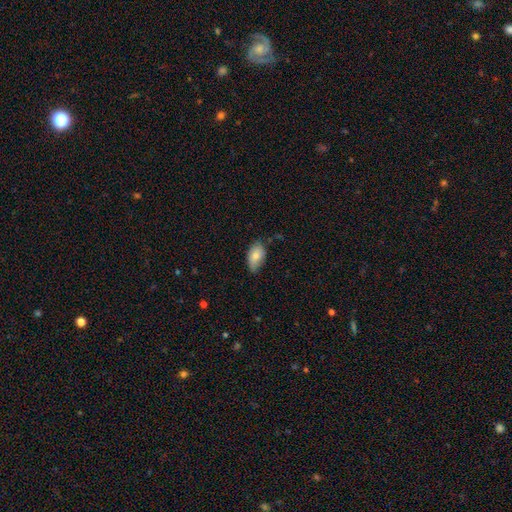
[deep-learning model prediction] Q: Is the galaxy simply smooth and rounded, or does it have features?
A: smooth — 78%.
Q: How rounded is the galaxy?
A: in between — 92%.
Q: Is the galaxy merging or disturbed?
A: none — 64%.